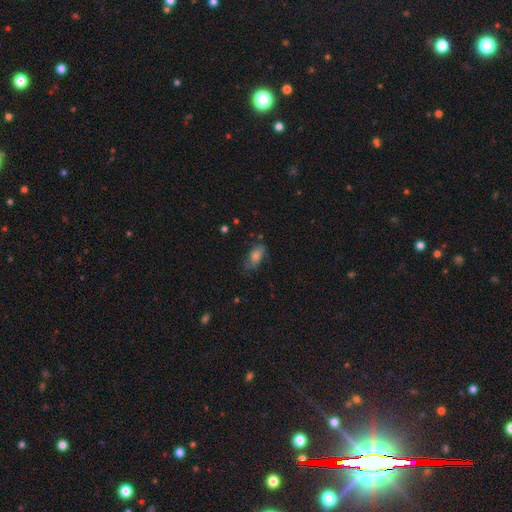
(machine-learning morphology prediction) This appears to be a smooth galaxy with no disk features (67%) that is in between round and cigar-shaped (79%). Merging: none (65%).